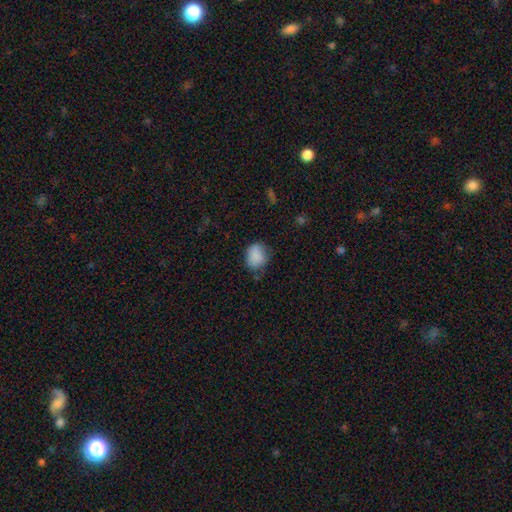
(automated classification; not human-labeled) Overall: smooth (85%). How rounded: round (53%; in between 46%). Merging: none (60%; minor disturbance 29%).